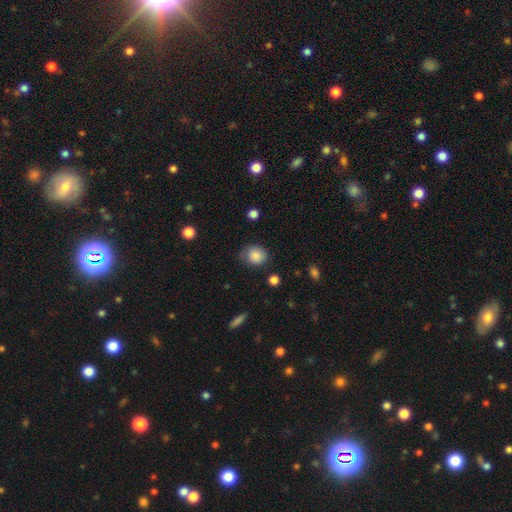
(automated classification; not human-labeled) Smooth or featured: smooth — 85% (star or artifact — 9%)
How rounded: round — 69% (in between — 30%)
Merging: none — 67% (minor disturbance — 25%)